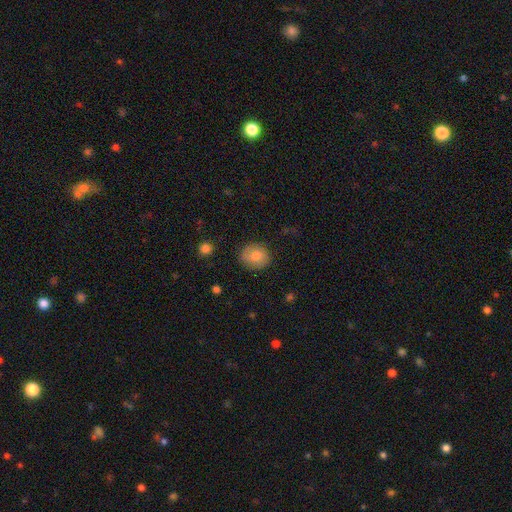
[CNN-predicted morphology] A smooth galaxy with no disk features (75%) that is round (73%).

Vote fractions:
- Smooth or featured? smooth: 75% / featured or disk: 17% / star or artifact: 8%
- How rounded? round: 73% / in between: 26% / cigar-shaped: 1%
- Merging? none: 81% / minor disturbance: 14% / major disturbance: 3% / merger: 1%